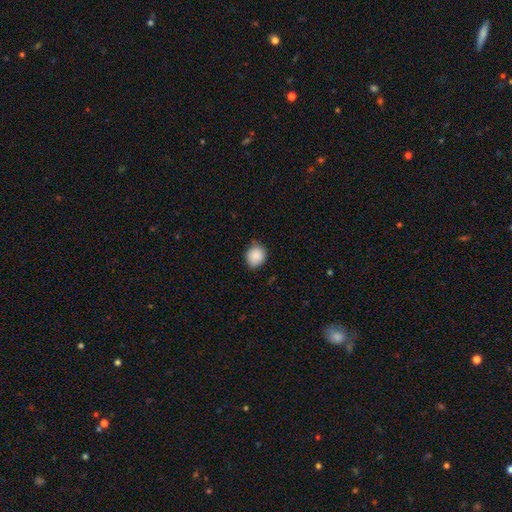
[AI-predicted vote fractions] A smooth galaxy with no disk features (88%) that is round (75%). Merging: none (74%).